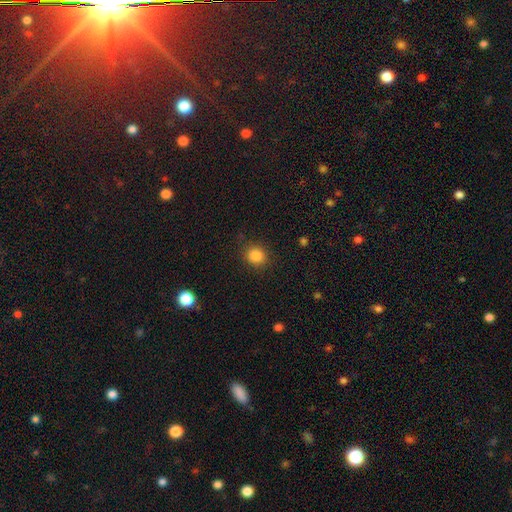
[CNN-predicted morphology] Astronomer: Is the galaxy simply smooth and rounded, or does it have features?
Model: smooth — 85%.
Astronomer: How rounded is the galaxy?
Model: round — 81%.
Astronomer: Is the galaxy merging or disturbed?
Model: none — 88%.